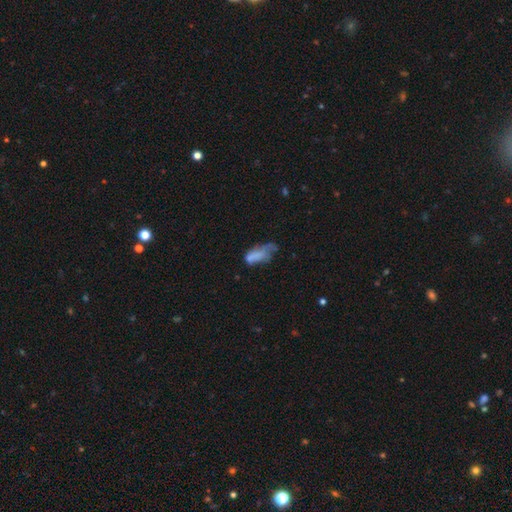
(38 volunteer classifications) Overall: smooth (50%; featured or disk 39%). How rounded: in between (84%). Merging: minor disturbance (38%, tied with major disturbance).